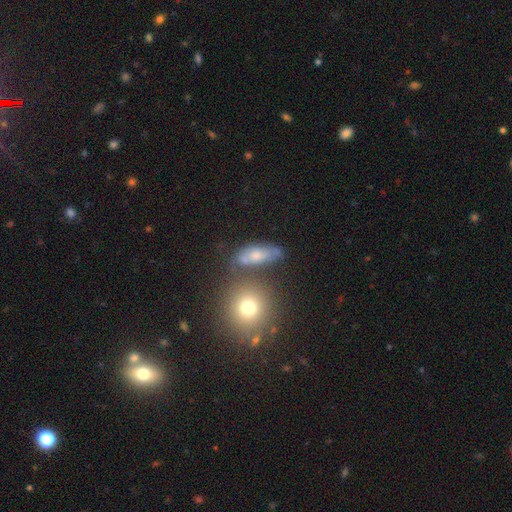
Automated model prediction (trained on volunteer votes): Smooth or featured? smooth (58%)
How rounded? in between (63%)
Merging? none (55%)